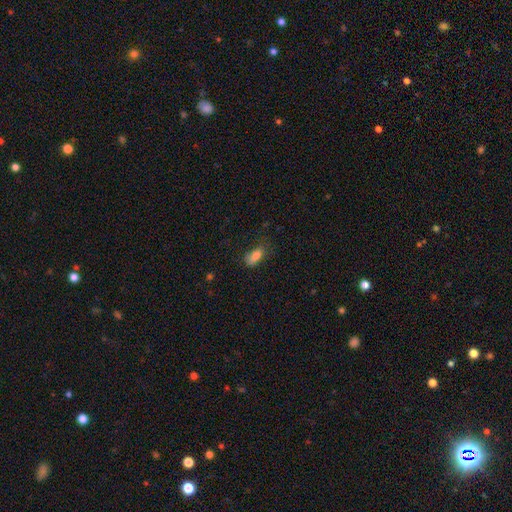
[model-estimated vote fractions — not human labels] Smooth or featured? Predicted: smooth (p=0.80). How rounded? Predicted: in between (p=0.86). Merging? Predicted: none (p=0.47).